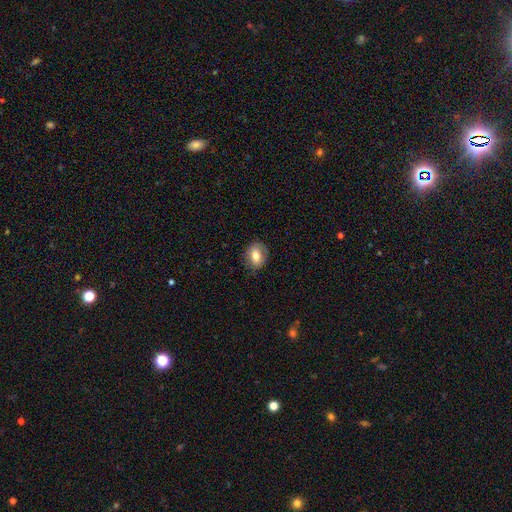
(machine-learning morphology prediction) Smooth or featured? smooth (70%)
How rounded? in between (56%)
Merging? none (81%)